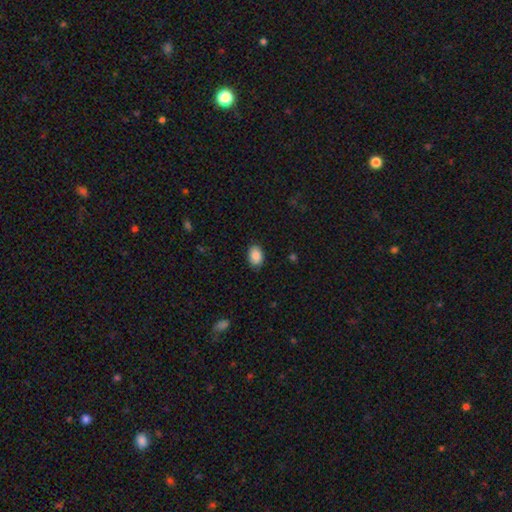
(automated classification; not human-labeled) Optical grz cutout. It shows a smooth galaxy with no disk features (88%) that is in between round and cigar-shaped (84%). Merging: none (86%).